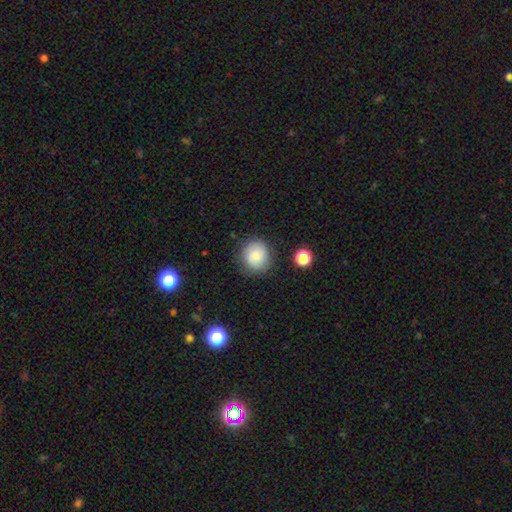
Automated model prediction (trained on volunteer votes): Smooth or featured? Predicted: smooth (p=0.82). How rounded? Predicted: round (p=0.87). Merging? Predicted: none (p=0.80).